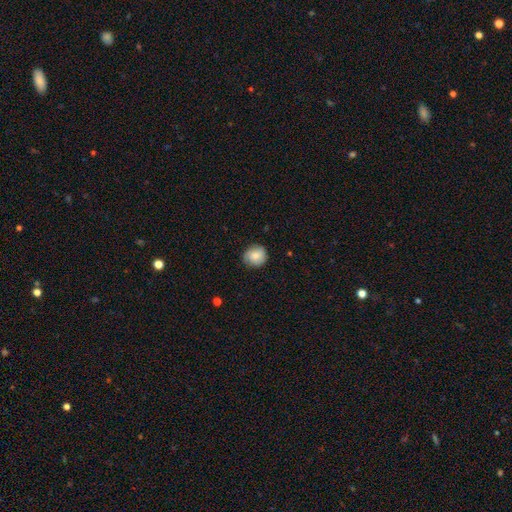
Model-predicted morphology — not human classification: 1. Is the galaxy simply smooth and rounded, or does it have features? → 77% smooth, 15% featured or disk, 7% star or artifact.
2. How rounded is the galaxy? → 87% round, 12% in between, 1% cigar-shaped.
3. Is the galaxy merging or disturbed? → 80% none, 16% minor disturbance, 3% major disturbance, 1% merger.